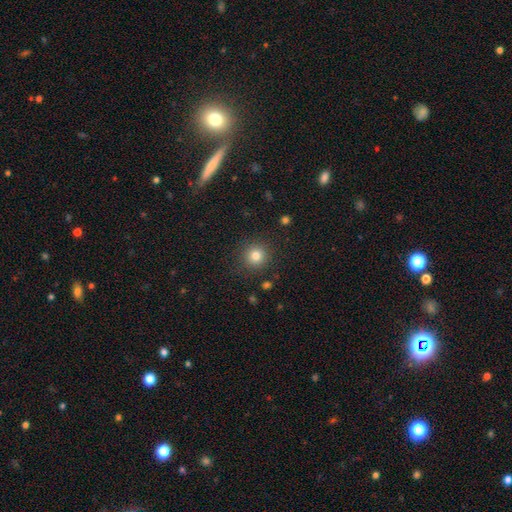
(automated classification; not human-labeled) smooth-or-featured: smooth: 81% | star or artifact: 12% | featured or disk: 6%
  how-rounded: round: 92% | in between: 7% | cigar-shaped: 1%
  merging: none: 88% | minor disturbance: 7% | major disturbance: 3% | merger: 2%